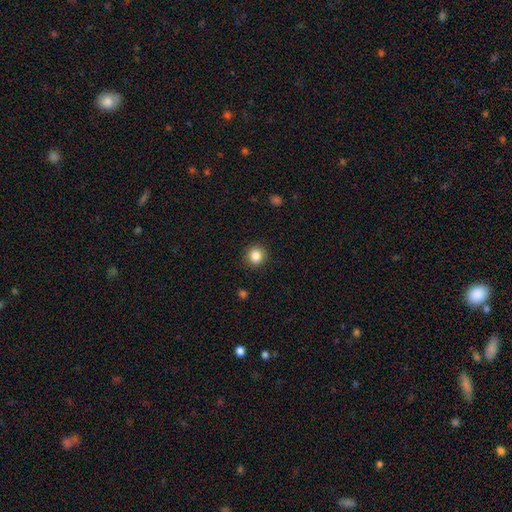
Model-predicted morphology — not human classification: Smooth or featured? smooth (85%)
How rounded? round (92%)
Merging? none (91%)